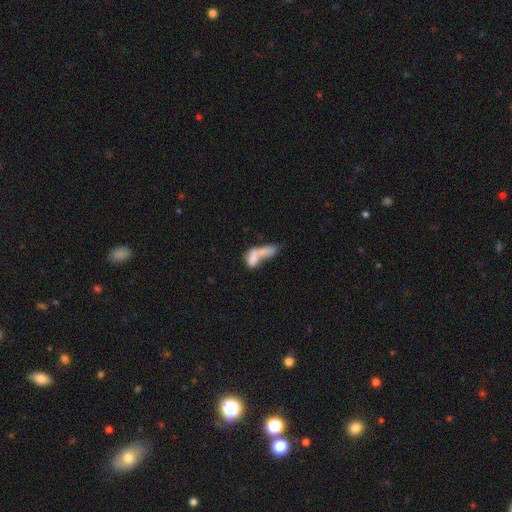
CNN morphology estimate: Smooth or featured? Predicted: smooth (p=0.66). How rounded? Predicted: in between (p=0.72). Merging? Predicted: merger (p=0.68).